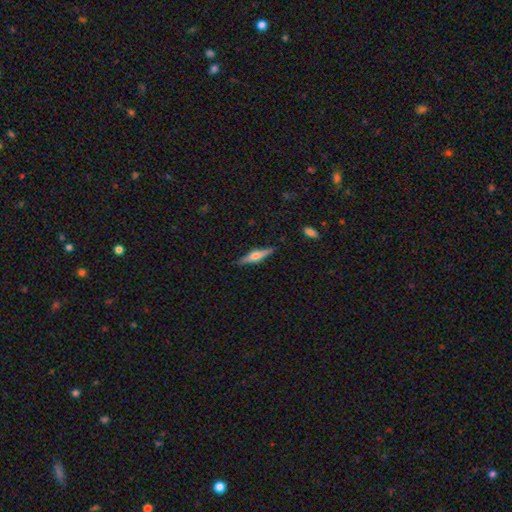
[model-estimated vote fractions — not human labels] Q: Smooth or featured?
A: featured or disk (61%); runner-up: smooth (33%)
Q: Edge-on disk?
A: yes (97%); runner-up: no (3%)
Q: Edge-on bulge?
A: rounded (88%); runner-up: boxy (8%)
Q: Merging?
A: none (88%); runner-up: minor disturbance (9%)